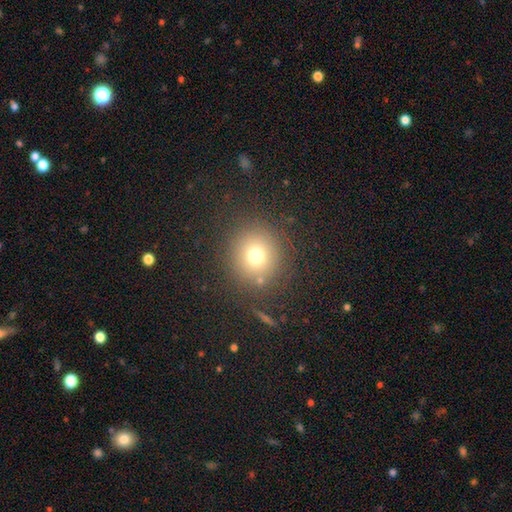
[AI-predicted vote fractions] This appears to be a smooth galaxy with no disk features (71%) that is round (91%). Merging: none (84%).